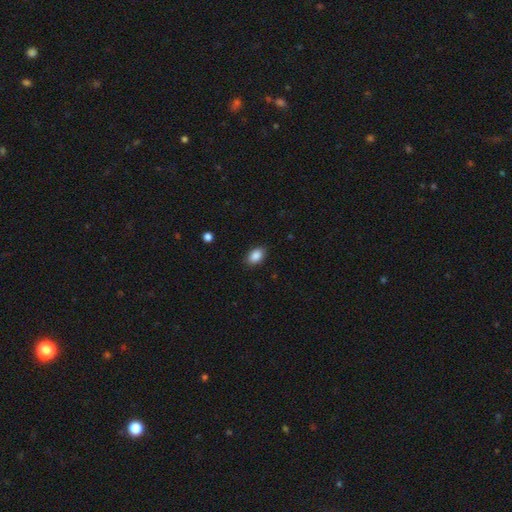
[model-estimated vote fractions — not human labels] smooth-or-featured: smooth: 89% | star or artifact: 8% | featured or disk: 3%
  how-rounded: in between: 87% | round: 12% | cigar-shaped: 1%
  merging: none: 88% | minor disturbance: 9% | major disturbance: 2% | merger: 1%